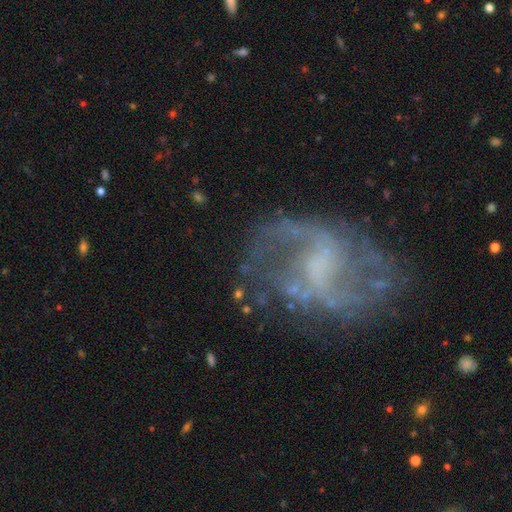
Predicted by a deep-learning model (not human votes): Smooth or featured: featured or disk — 83% (star or artifact — 9%)
Edge-on disk: no — 98% (yes — 2%)
Bar: weak — 48% (no — 38%)
Spiral arms: yes — 89% (no — 11%)
Spiral winding: medium — 44% (loose — 43%)
Spiral arm count: 2 — 74% (can't tell — 13%)
Bulge size: none — 45% (small — 29%)
Merging: none — 65% (minor disturbance — 17%)